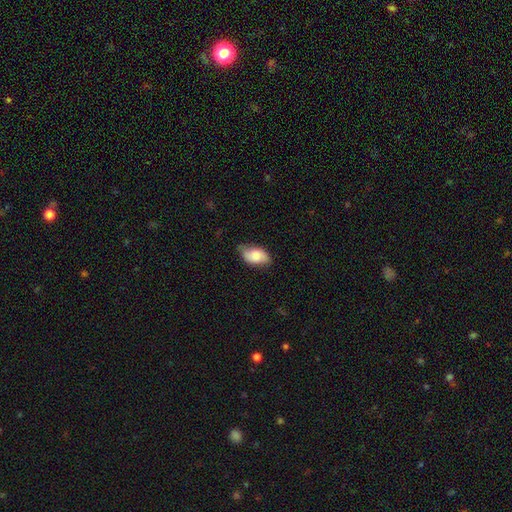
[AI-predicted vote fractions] Smooth or featured? Predicted: smooth (p=0.71). How rounded? Predicted: in between (p=0.93). Merging? Predicted: none (p=0.66).